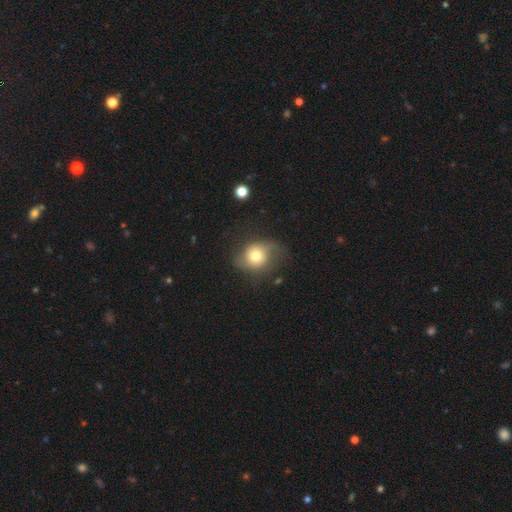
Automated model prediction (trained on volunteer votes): smooth_or_featured: smooth (p=0.64) [alt: featured or disk p=0.26]
how_rounded: round (p=0.67) [alt: in between p=0.32]
merging: none (p=0.50) [alt: minor disturbance p=0.30]